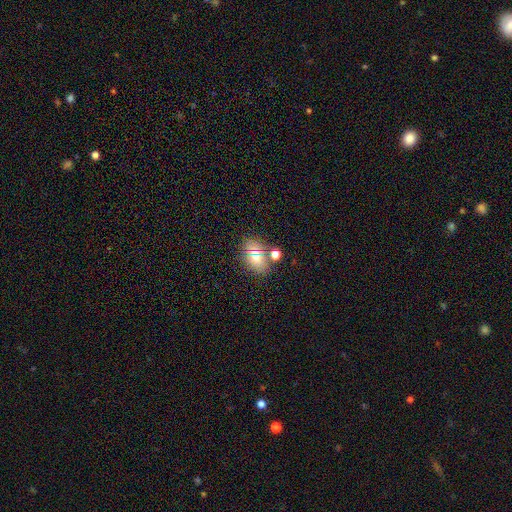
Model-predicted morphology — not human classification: smooth 64%, star or artifact 20%, featured or disk 16%. Down the decision tree: how rounded — in between (72%); merging — none (75%).